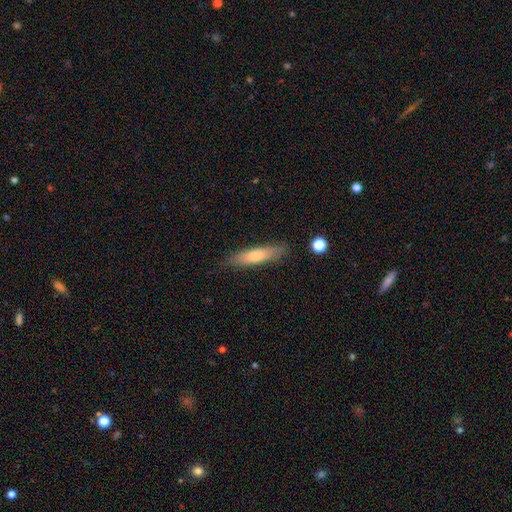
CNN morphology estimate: A smooth galaxy with no disk features (71%) that is cigar-shaped (77%).

Vote fractions:
- Smooth or featured? smooth: 71% / featured or disk: 23% / star or artifact: 7%
- How rounded? cigar-shaped: 77% / in between: 21% / round: 2%
- Merging? none: 83% / minor disturbance: 12% / major disturbance: 3% / merger: 2%